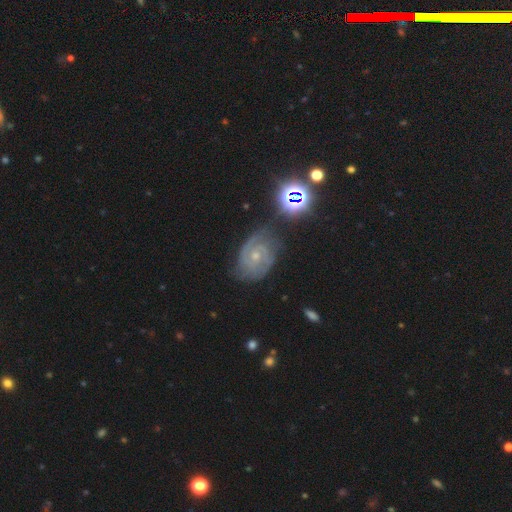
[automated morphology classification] smooth-or-featured: featured or disk: 81% | star or artifact: 11% | smooth: 8%
  disk-edge-on: no: 98% | yes: 2%
    bar: no: 64% | weak: 30% | strong: 6%
    has-spiral-arms: yes: 96% | no: 4%
      spiral-winding: tight: 65% | medium: 30% | loose: 6%
      spiral-arm-count: 2: 52% | can't tell: 19% | 3: 17% | 1: 4% | 4: 4% | more than 4: 4%
    bulge-size: small: 62% | moderate: 34% | none: 2% | large: 1% | dominant: 1%
  merging: none: 69% | minor disturbance: 21% | major disturbance: 7% | merger: 2%